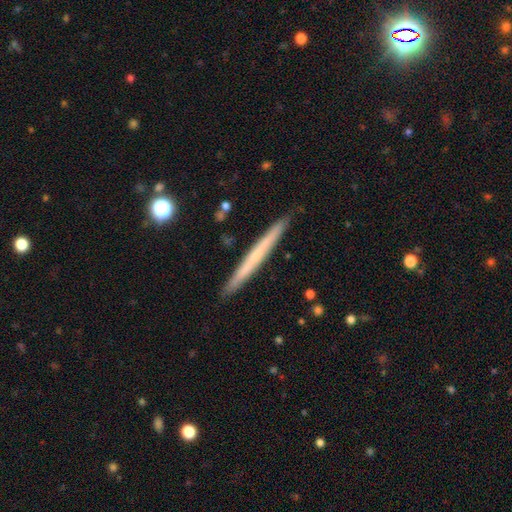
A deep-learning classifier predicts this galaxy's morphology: Smooth or featured?
  - featured or disk: 52% *
  - smooth: 42%
  - star or artifact: 6%
Edge-on disk?
  - yes: 97% *
  - no: 3%
Merging?
  - none: 91% *
  - minor disturbance: 7%
  - merger: 1%
  - major disturbance: 1%